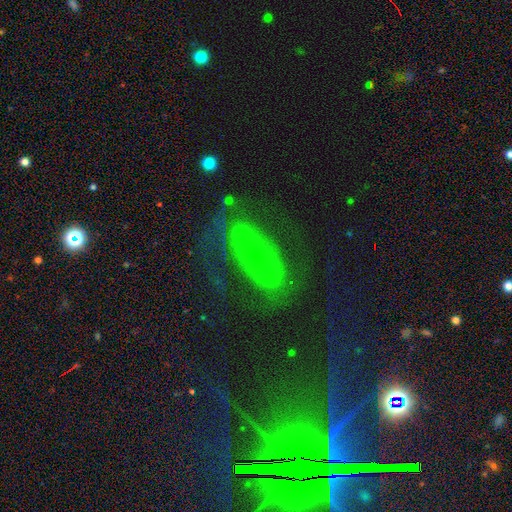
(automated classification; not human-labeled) A featured or disk galaxy (70%) with no bar (40%), spiral arms (70%) and a small central bulge (73%). Merging: none (59%).